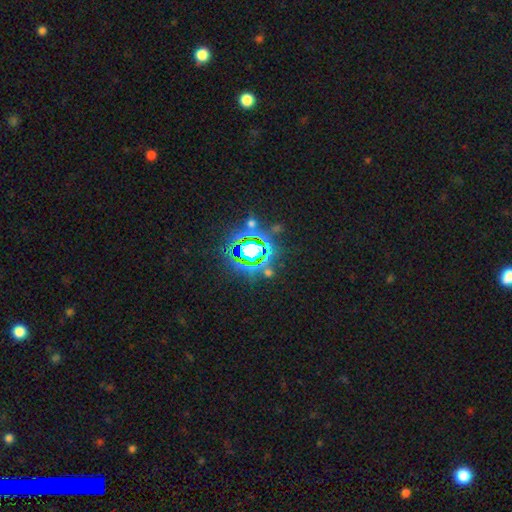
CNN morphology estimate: smooth-or-featured: star or artifact: 75% | smooth: 14% | featured or disk: 11%